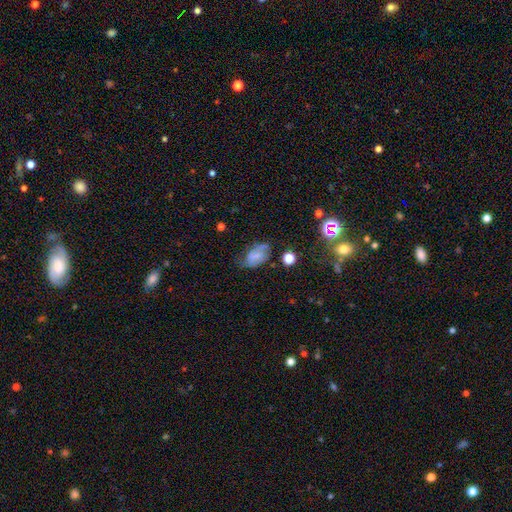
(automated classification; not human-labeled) Smooth or featured?
  - smooth: 54% *
  - featured or disk: 34%
  - star or artifact: 11%
How rounded?
  - in between: 89% *
  - round: 9%
  - cigar-shaped: 2%
Merging?
  - none: 47% *
  - minor disturbance: 33%
  - major disturbance: 16%
  - merger: 4%